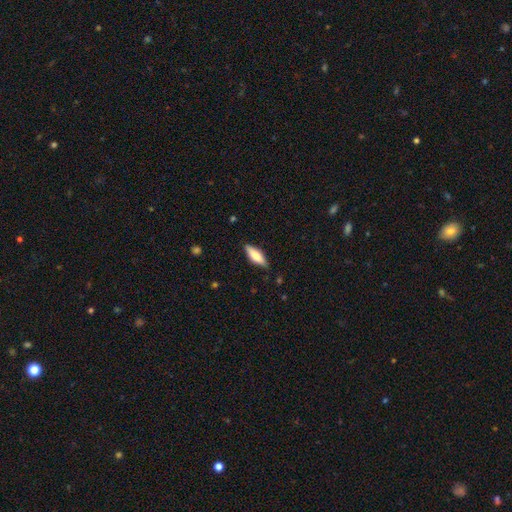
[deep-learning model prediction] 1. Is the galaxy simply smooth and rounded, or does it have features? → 70% smooth, 24% featured or disk, 6% star or artifact.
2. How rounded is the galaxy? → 62% in between, 36% cigar-shaped, 2% round.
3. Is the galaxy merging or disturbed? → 85% none, 12% minor disturbance, 2% major disturbance, 1% merger.